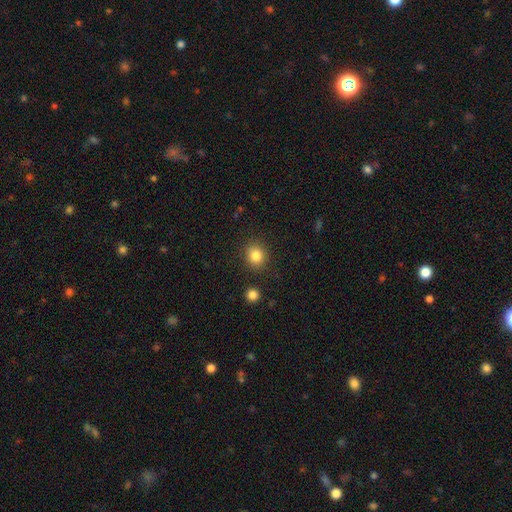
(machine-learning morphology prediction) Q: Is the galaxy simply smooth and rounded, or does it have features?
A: smooth — 84%.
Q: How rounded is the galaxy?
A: round — 81%.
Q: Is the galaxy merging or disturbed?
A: none — 87%.